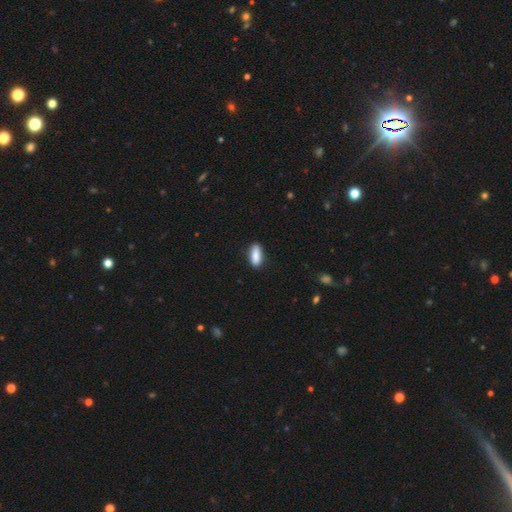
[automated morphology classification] Smooth or featured?
  - smooth: 87% *
  - featured or disk: 7%
  - star or artifact: 6%
How rounded?
  - in between: 73% *
  - cigar-shaped: 24%
  - round: 2%
Merging?
  - none: 86% *
  - minor disturbance: 11%
  - major disturbance: 2%
  - merger: 1%